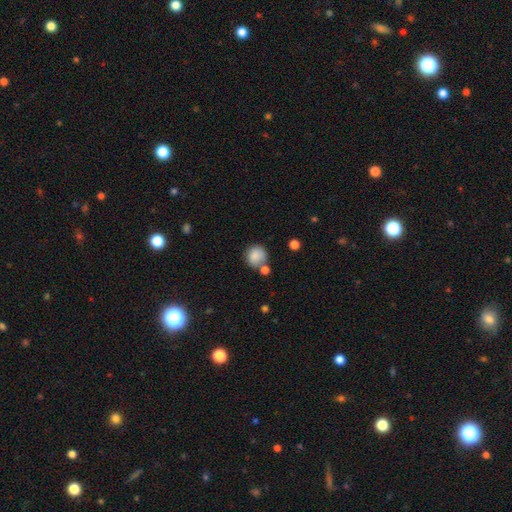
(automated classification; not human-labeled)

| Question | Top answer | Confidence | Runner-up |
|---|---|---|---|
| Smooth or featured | smooth | 86% | star or artifact (9%) |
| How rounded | round | 88% | in between (11%) |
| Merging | none | 65% | merger (16%) |